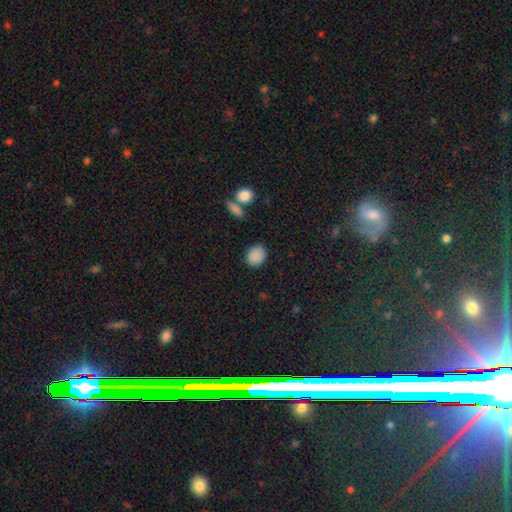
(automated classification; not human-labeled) Q: Smooth or featured?
A: smooth (87%); runner-up: star or artifact (9%)
Q: How rounded?
A: round (61%); runner-up: in between (38%)
Q: Merging?
A: none (86%); runner-up: minor disturbance (9%)